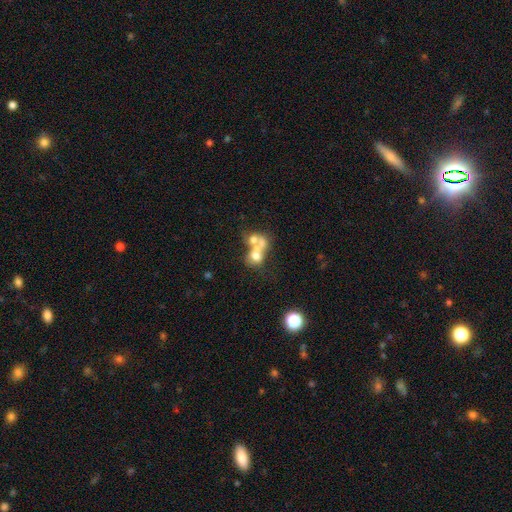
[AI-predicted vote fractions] Smooth or featured?
  - smooth: 51% *
  - featured or disk: 32%
  - star or artifact: 17%
How rounded?
  - round: 66% *
  - in between: 33%
  - cigar-shaped: 1%
Merging?
  - merger: 61% *
  - none: 24%
  - major disturbance: 8%
  - minor disturbance: 7%